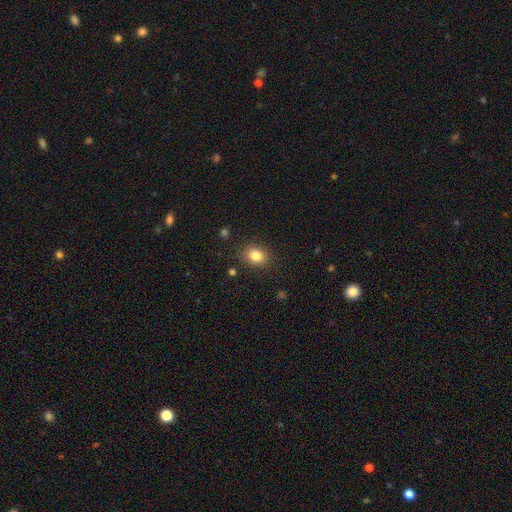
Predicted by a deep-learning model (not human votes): Morphology: type=smooth (83%); roundness=round (52%); merging=none (85%).